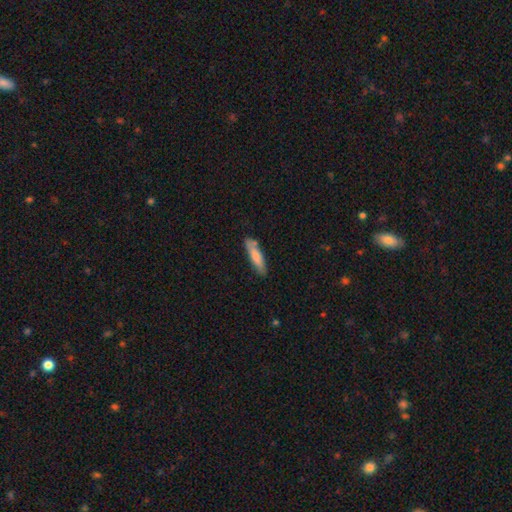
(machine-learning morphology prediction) The model was most divided on "how rounded": cigar-shaped: 73%, in between: 26%, round: 1%. More confident: smooth or featured — smooth (76%); merging — none (75%).